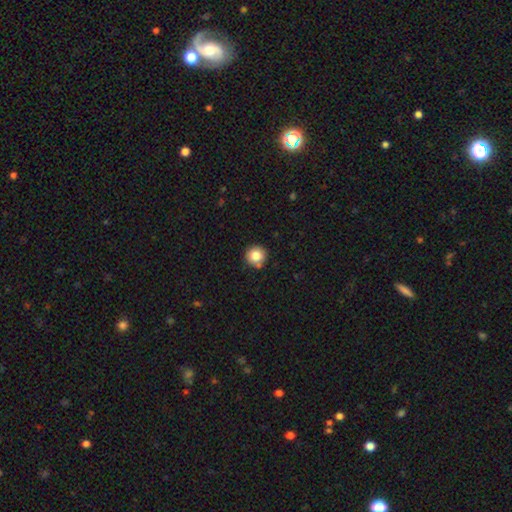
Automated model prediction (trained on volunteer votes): smooth-or-featured: smooth: 82% | star or artifact: 10% | featured or disk: 7%
  how-rounded: round: 94% | in between: 5% | cigar-shaped: 1%
  merging: none: 84% | minor disturbance: 9% | merger: 5% | major disturbance: 2%